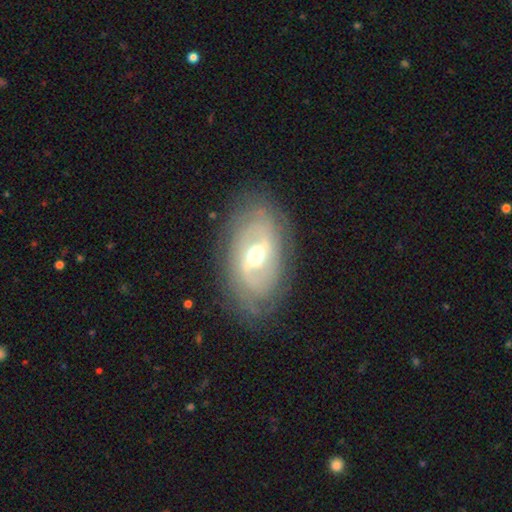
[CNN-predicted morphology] Q: Smooth or featured?
A: featured or disk (79%); runner-up: smooth (15%)
Q: Edge-on disk?
A: no (93%); runner-up: yes (7%)
Q: Bar?
A: weak (47%); runner-up: strong (31%)
Q: Spiral arms?
A: yes (79%); runner-up: no (21%)
Q: Spiral winding?
A: tight (49%); runner-up: medium (32%)
Q: Spiral arm count?
A: 2 (54%); runner-up: can't tell (31%)
Q: Bulge size?
A: moderate (73%); runner-up: small (17%)
Q: Merging?
A: none (78%); runner-up: minor disturbance (15%)